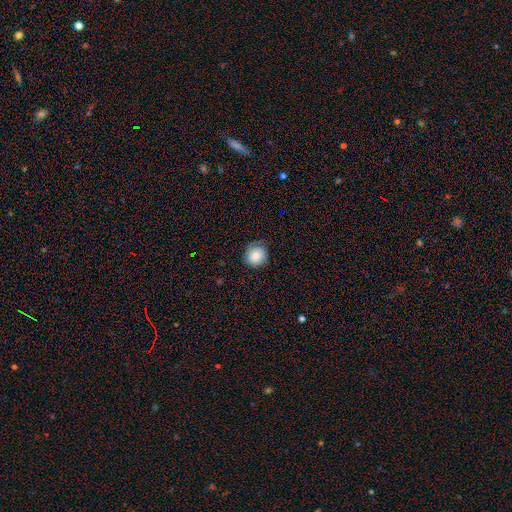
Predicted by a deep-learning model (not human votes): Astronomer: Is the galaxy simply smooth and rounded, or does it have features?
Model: smooth — 71%.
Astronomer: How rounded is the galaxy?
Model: round — 87%.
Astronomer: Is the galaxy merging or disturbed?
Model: none — 66%.